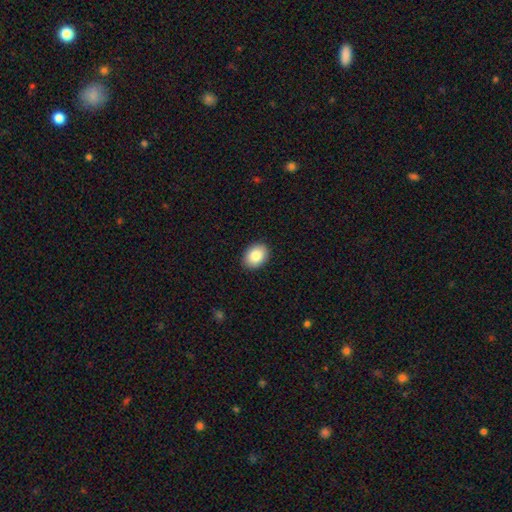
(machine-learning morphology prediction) A smooth galaxy with no disk features (86%) that is in between round and cigar-shaped (68%). Merging: none (90%).